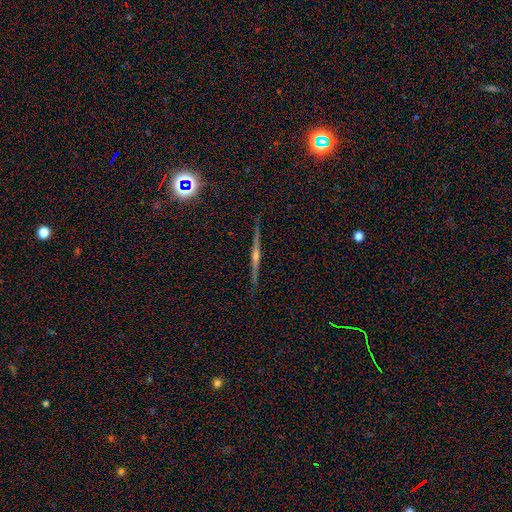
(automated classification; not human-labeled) A featured or disk galaxy (77%) viewed edge-on (98%) with a rounded central bulge (87%). Merging: none (92%).